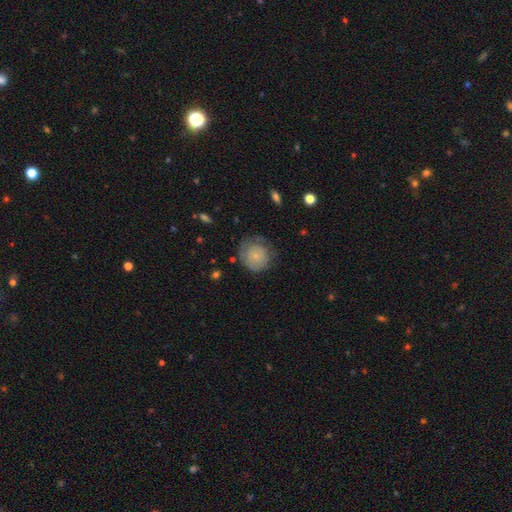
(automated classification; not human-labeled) A smooth galaxy with no disk features (67%) that is round (87%). Merging: none (57%).